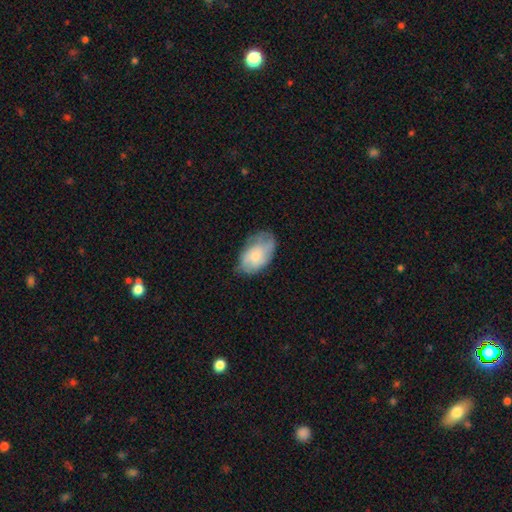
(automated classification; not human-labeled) smooth 56%, featured or disk 38%, star or artifact 7%. Down the decision tree: how rounded — in between (90%); merging — none (58%).